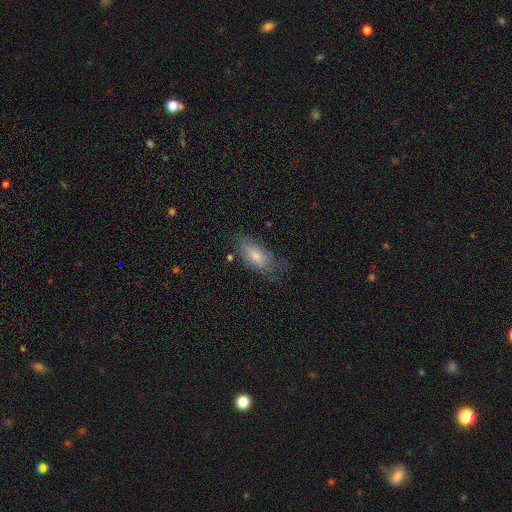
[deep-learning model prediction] Smooth or featured: smooth — 59% (featured or disk — 31%)
How rounded: in between — 82% (cigar-shaped — 14%)
Merging: none — 62% (minor disturbance — 26%)